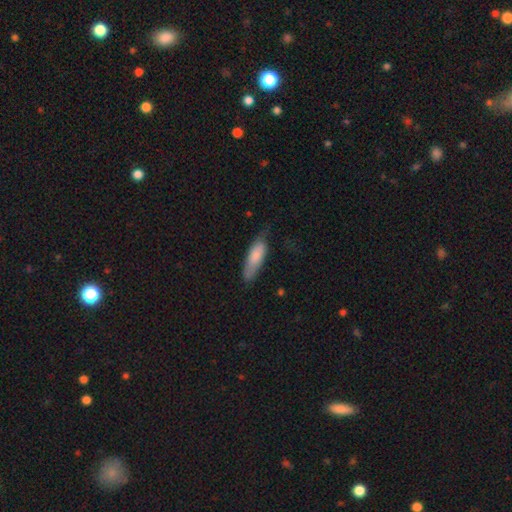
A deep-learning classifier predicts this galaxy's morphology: Q: Smooth or featured?
A: smooth (79%); runner-up: featured or disk (16%)
Q: How rounded?
A: in between (55%); runner-up: cigar-shaped (44%)
Q: Merging?
A: none (52%); runner-up: minor disturbance (34%)